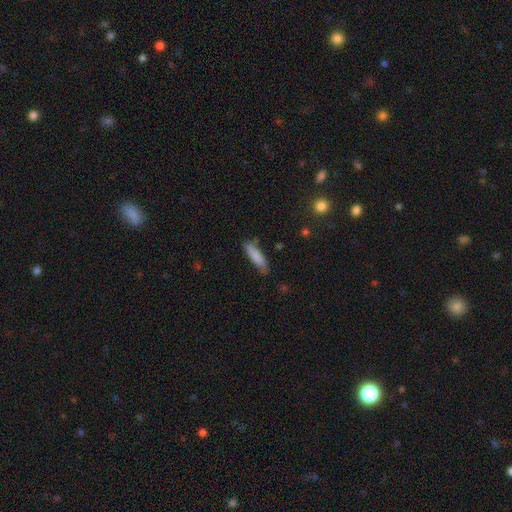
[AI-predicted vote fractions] Smooth or featured?
  - smooth: 84% *
  - featured or disk: 9%
  - star or artifact: 6%
How rounded?
  - cigar-shaped: 61% *
  - in between: 38%
  - round: 1%
Merging?
  - none: 77% *
  - minor disturbance: 18%
  - major disturbance: 3%
  - merger: 2%